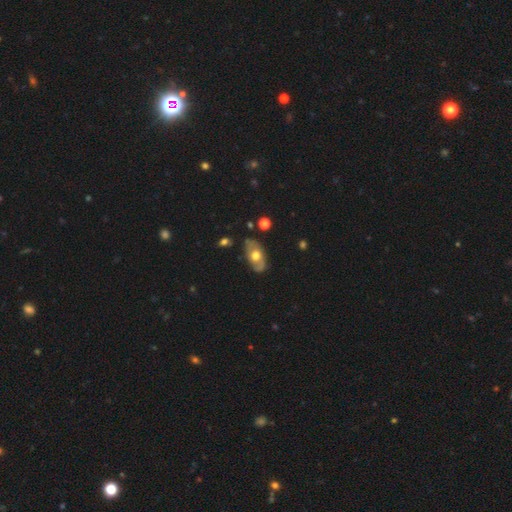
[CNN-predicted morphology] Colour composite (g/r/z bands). It shows a featured or disk galaxy (49%). Merging: none (71%).